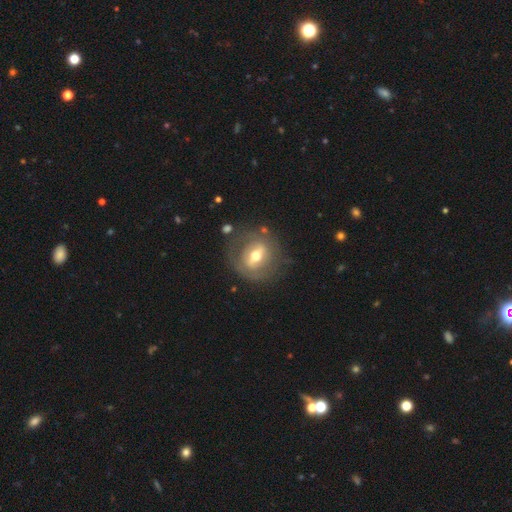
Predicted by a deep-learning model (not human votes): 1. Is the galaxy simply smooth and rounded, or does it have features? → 64% featured or disk, 30% smooth, 7% star or artifact.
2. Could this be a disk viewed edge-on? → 89% no, 11% yes.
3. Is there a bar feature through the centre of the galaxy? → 47% strong, 35% weak, 18% no.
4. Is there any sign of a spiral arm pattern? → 66% no, 34% yes.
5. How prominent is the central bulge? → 72% moderate, 14% small, 12% large, 1% dominant, 1% none.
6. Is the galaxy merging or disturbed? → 72% none, 16% minor disturbance, 9% major disturbance, 3% merger.